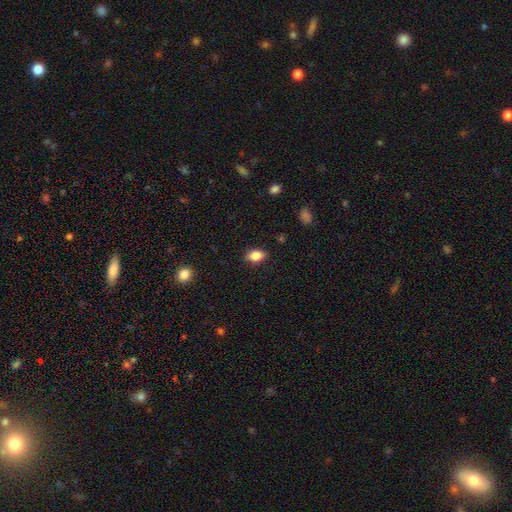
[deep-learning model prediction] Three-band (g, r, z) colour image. It shows a smooth galaxy with no disk features (84%) that is in between round and cigar-shaped (81%). Merging: none (86%).